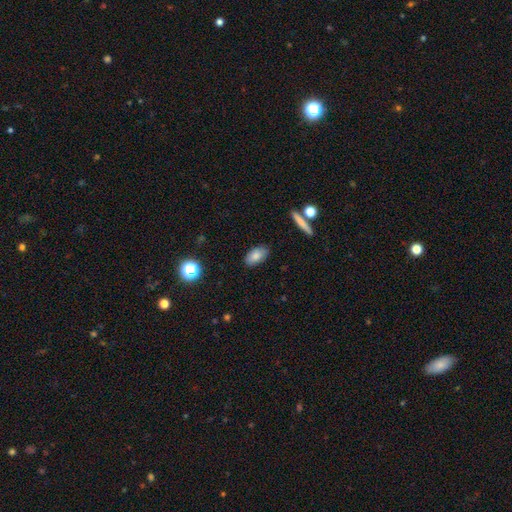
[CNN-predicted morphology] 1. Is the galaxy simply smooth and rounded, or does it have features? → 81% smooth, 11% featured or disk, 8% star or artifact.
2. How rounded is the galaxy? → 90% in between, 5% round, 5% cigar-shaped.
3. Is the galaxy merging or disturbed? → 86% none, 10% minor disturbance, 2% major disturbance, 2% merger.